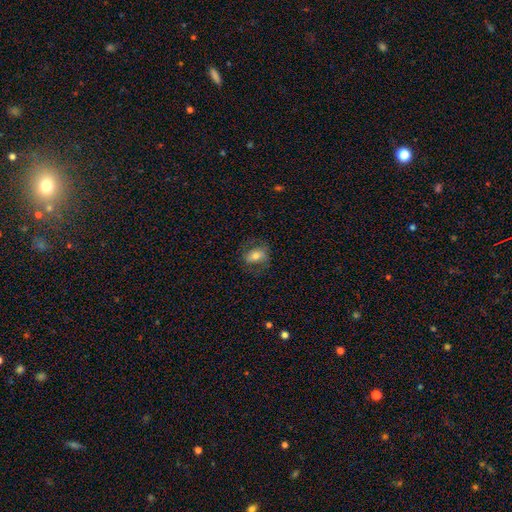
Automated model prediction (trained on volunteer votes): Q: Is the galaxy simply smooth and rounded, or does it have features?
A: smooth — 60%.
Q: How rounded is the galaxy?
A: in between — 71%.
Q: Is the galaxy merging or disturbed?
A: none — 72%.